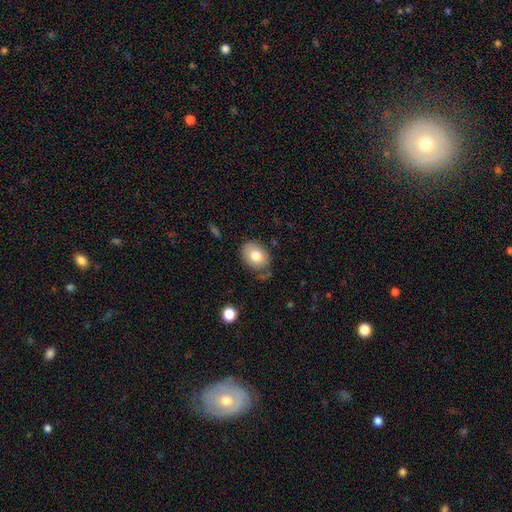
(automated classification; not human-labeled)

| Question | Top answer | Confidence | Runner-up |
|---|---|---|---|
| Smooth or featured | smooth | 77% | featured or disk (15%) |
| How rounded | in between | 68% | round (31%) |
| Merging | none | 74% | minor disturbance (18%) |